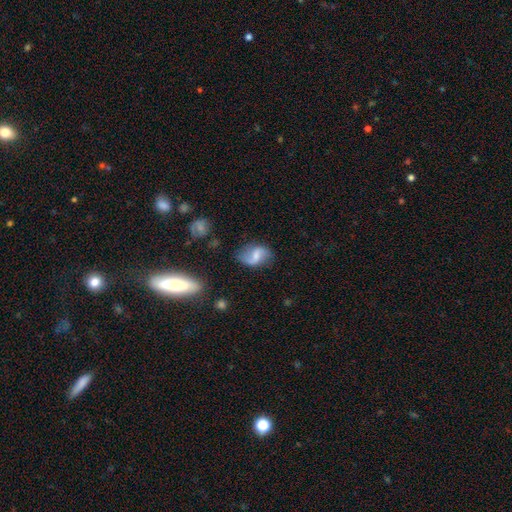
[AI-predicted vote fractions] Smooth or featured? featured or disk (63%)
Edge-on disk? no (97%)
Bar? weak (52%)
Spiral arms? yes (89%)
Spiral winding? loose (71%)
Spiral arm count? 2 (89%)
Bulge size? small (41%)
Merging? none (72%)